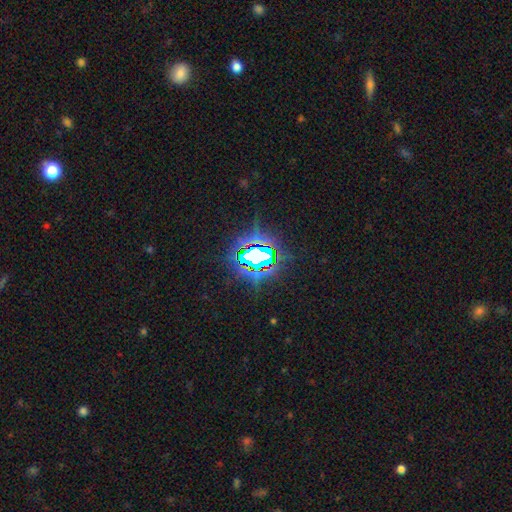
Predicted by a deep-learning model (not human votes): This is clearly a star or artifact rather than a galaxy (80%).